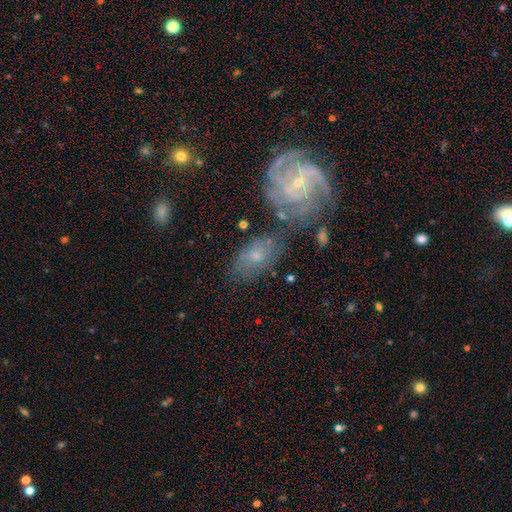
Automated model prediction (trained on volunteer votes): featured or disk 54%, smooth 35%, star or artifact 11%. Down the decision tree: edge-on disk — no (94%); bar — no (64%); spiral arms — yes (80%); bulge size — small (66%); merging — none (54%).